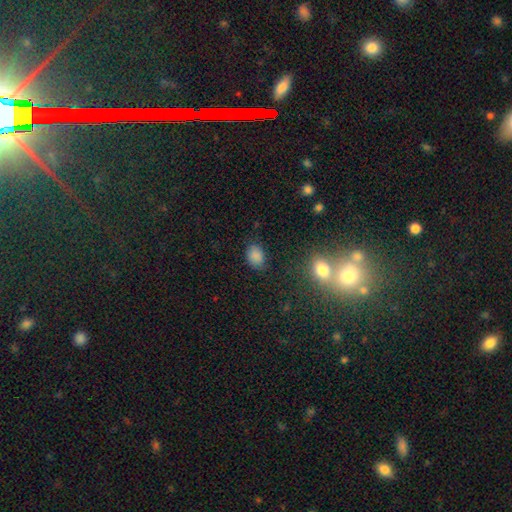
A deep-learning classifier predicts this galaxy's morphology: The model was most divided on "how rounded": in between: 71%, round: 28%, cigar-shaped: 1%. More confident: smooth or featured — smooth (83%); merging — none (77%).